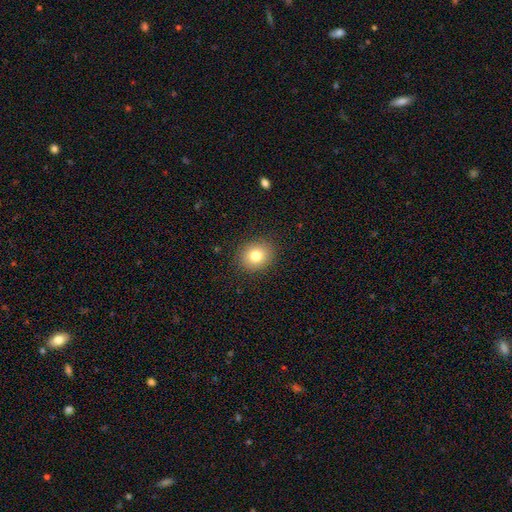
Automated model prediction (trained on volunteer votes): smooth_or_featured: smooth (p=0.79) [alt: star or artifact p=0.11]
how_rounded: round (p=0.69) [alt: in between p=0.31]
merging: none (p=0.89) [alt: minor disturbance p=0.08]